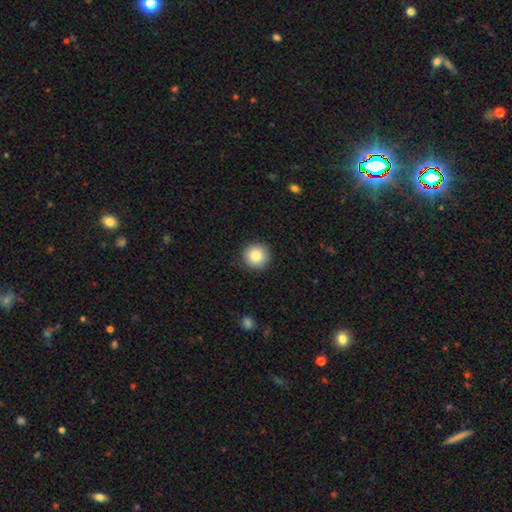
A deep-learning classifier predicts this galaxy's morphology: smooth 87%, star or artifact 8%, featured or disk 5%. Down the decision tree: how rounded — round (95%); merging — none (91%).